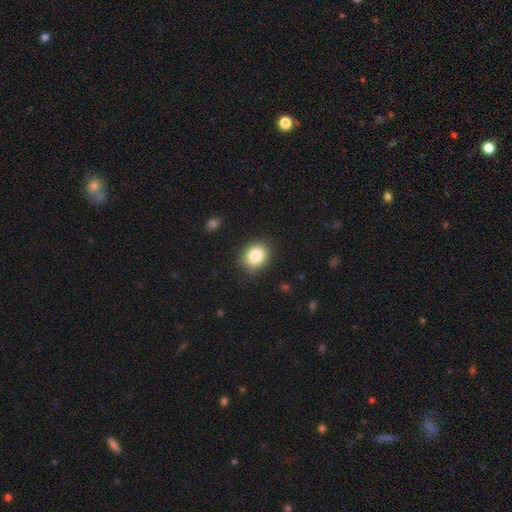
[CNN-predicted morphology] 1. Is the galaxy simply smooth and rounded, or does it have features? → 84% smooth, 9% star or artifact, 7% featured or disk.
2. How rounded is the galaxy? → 51% round, 49% in between, 1% cigar-shaped.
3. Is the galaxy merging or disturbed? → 86% none, 10% minor disturbance, 3% major disturbance, 1% merger.